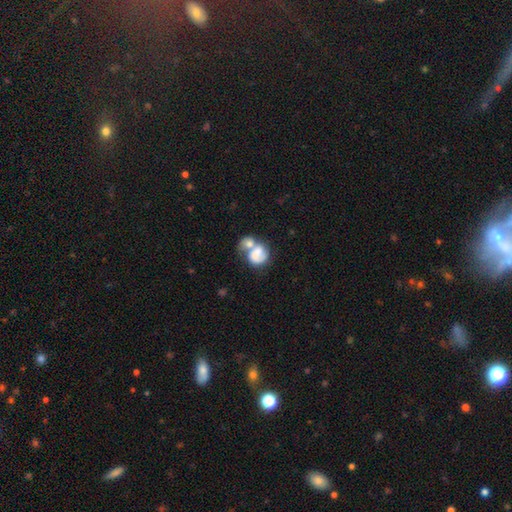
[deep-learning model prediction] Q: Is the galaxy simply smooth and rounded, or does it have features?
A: smooth — 58%.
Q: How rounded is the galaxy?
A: round — 54%.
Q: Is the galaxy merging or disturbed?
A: merger — 62%.